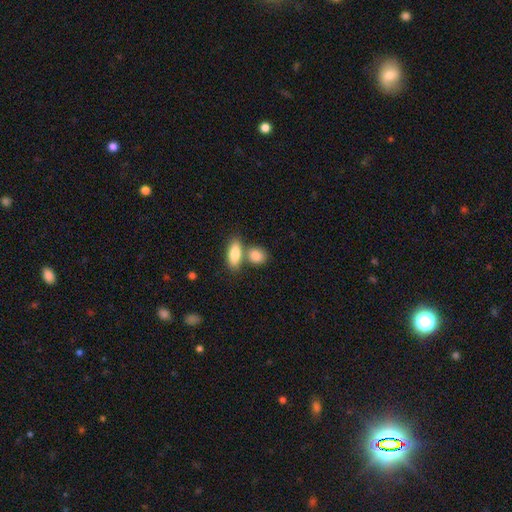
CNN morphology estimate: Smooth or featured: smooth — 86% (featured or disk — 8%)
How rounded: in between — 64% (round — 30%)
Merging: none — 48% (merger — 37%)